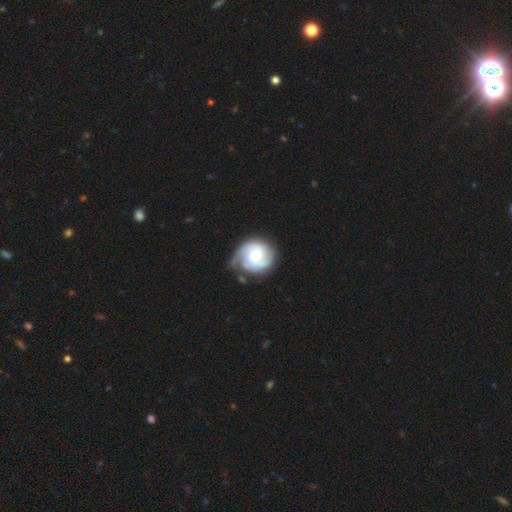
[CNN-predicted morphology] featured or disk 68%, smooth 26%, star or artifact 6%. Down the decision tree: edge-on disk — no (98%); bar — no (66%); spiral arms — yes (91%); spiral arm count — 2 (54%); spiral winding — tight (48%); bulge size — moderate (47%); merging — none (54%).